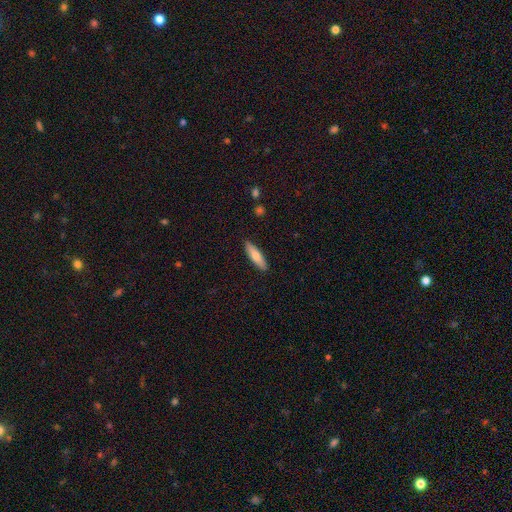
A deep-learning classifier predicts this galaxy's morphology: The model was most divided on "how rounded": cigar-shaped: 68%, in between: 30%, round: 2%. More confident: merging — none (89%); smooth or featured — smooth (71%).